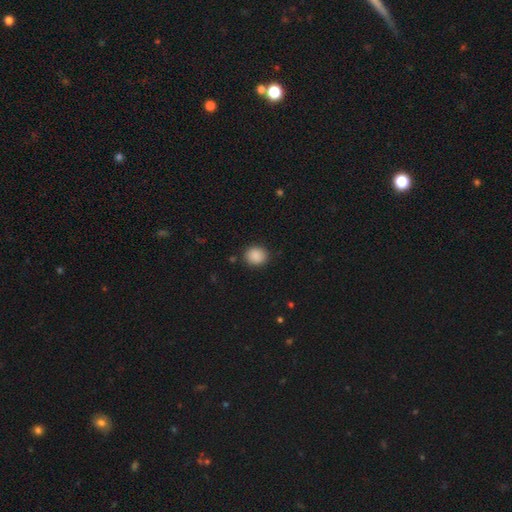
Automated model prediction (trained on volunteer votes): Morphology: type=smooth (89%); roundness=round (76%); merging=none (88%).